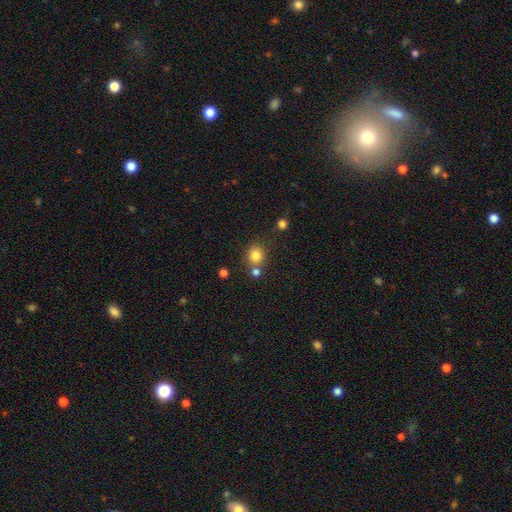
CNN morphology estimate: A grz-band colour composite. It shows a smooth galaxy with no disk features (82%) that is round (83%). Merging: none (66%).